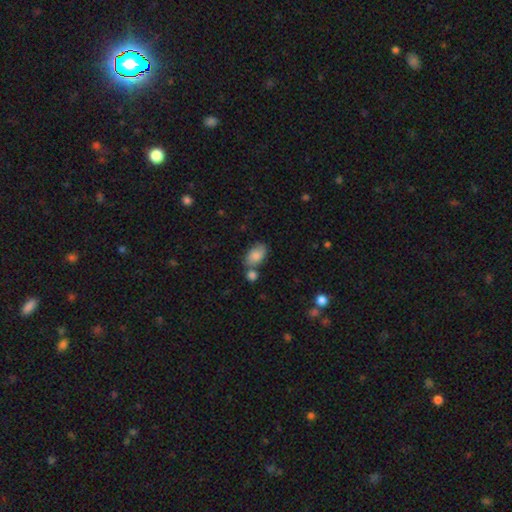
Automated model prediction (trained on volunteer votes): smooth_or_featured: smooth (p=0.82) [alt: featured or disk p=0.11]
how_rounded: in between (p=0.90) [alt: round p=0.08]
merging: none (p=0.52) [alt: merger p=0.25]